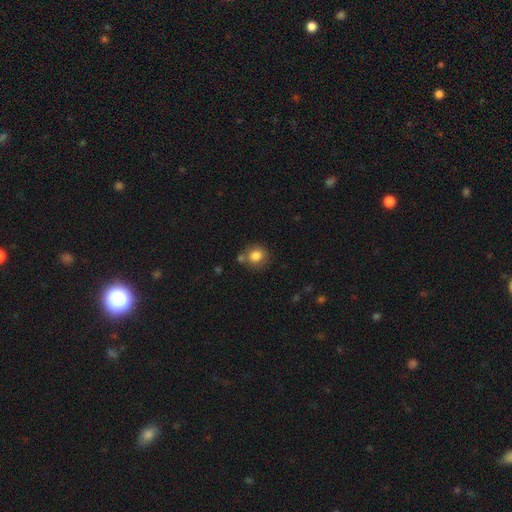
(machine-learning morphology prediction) Overall: smooth (82%). How rounded: round (81%). Merging: none (69%).